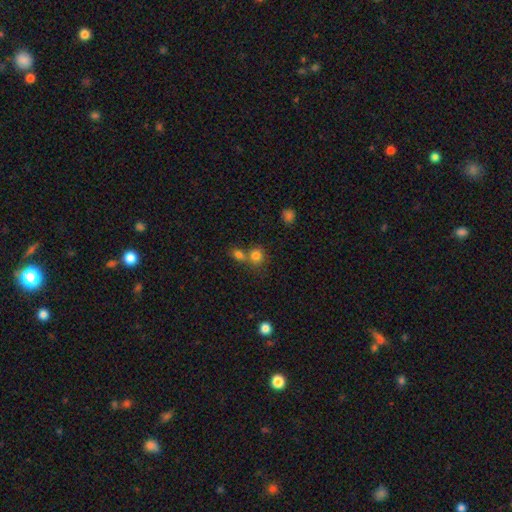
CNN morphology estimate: Smooth or featured?
  - smooth: 80% *
  - star or artifact: 13%
  - featured or disk: 7%
How rounded?
  - round: 80% *
  - in between: 19%
  - cigar-shaped: 1%
Merging?
  - none: 48% *
  - merger: 42%
  - minor disturbance: 7%
  - major disturbance: 3%